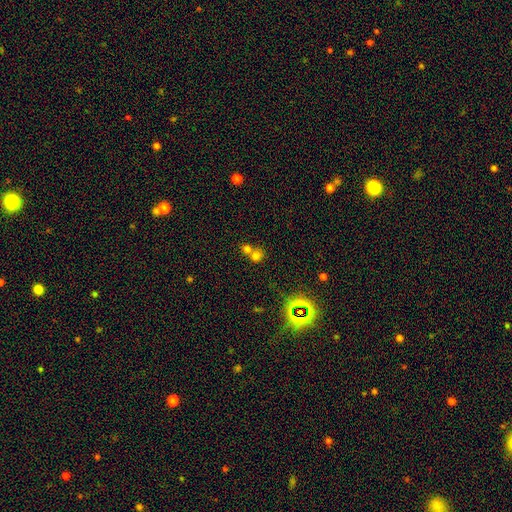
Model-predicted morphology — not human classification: The model was most divided on "merging": merger: 54%, none: 38%, minor disturbance: 5%, major disturbance: 3%. More confident: how rounded — round (79%); smooth or featured — smooth (67%).